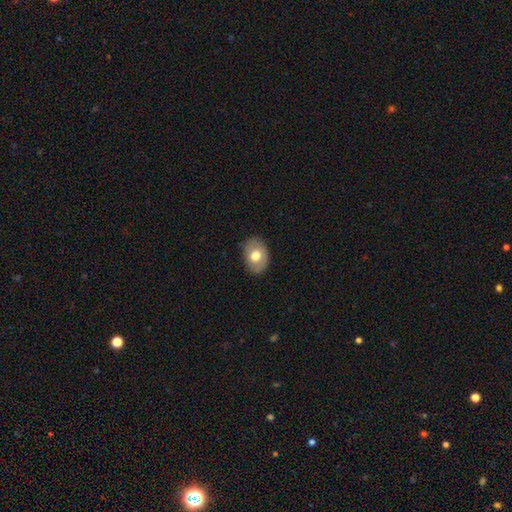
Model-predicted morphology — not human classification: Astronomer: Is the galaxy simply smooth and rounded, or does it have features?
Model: smooth — 69%.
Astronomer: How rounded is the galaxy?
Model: in between — 74%.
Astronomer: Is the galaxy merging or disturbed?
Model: none — 82%.